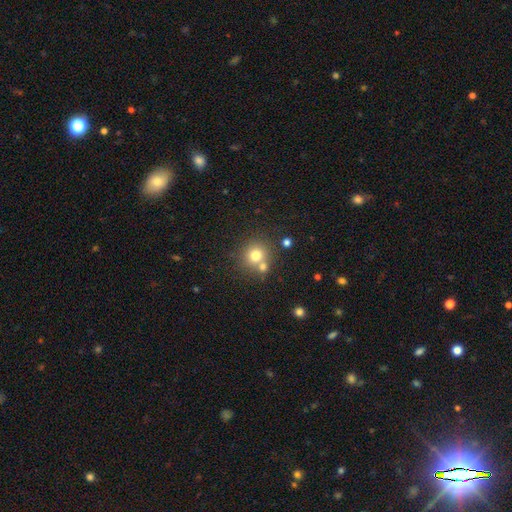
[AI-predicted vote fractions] Morphology: type=smooth (75%); roundness=round (88%); merging=none (62%).